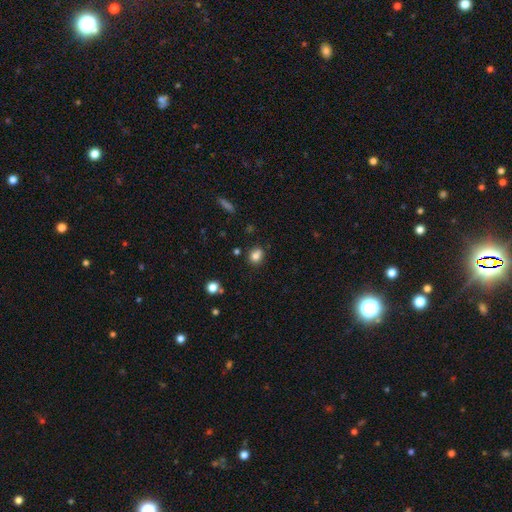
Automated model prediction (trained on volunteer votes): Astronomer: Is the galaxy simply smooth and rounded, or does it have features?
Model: smooth — 81%.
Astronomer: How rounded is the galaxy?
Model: round — 63%.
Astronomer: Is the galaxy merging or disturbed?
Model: none — 77%.